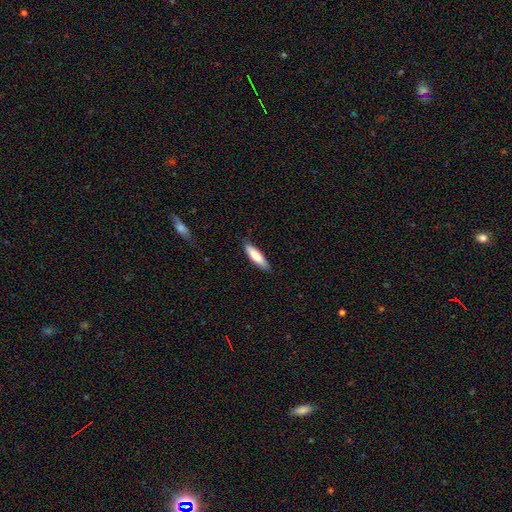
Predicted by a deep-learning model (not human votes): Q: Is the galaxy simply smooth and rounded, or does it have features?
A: smooth — 79%.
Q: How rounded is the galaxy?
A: cigar-shaped — 67%.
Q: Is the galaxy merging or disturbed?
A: none — 83%.